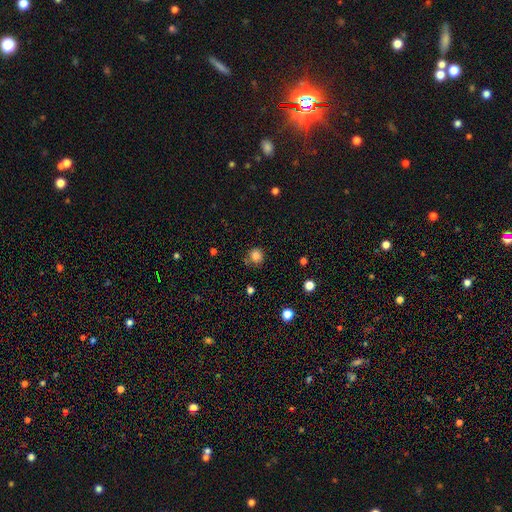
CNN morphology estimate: Smooth or featured? Predicted: smooth (p=0.82). How rounded? Predicted: round (p=0.87). Merging? Predicted: none (p=0.77).